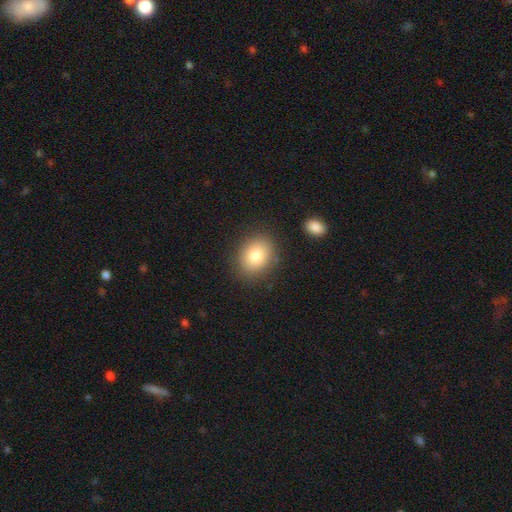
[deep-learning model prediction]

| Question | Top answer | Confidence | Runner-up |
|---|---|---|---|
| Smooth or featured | smooth | 81% | featured or disk (10%) |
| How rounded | round | 51% | in between (48%) |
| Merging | none | 85% | minor disturbance (10%) |